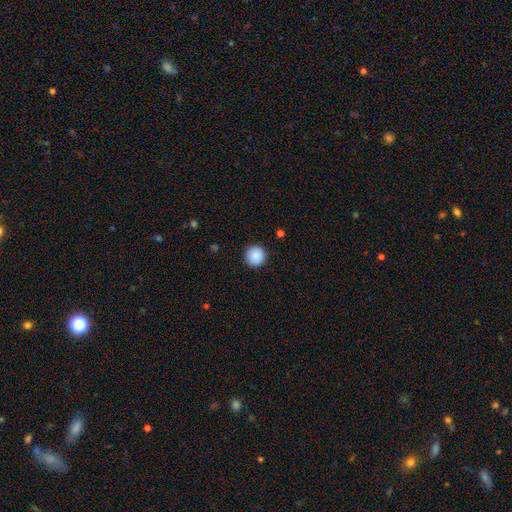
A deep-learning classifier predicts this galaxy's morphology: Smooth or featured: smooth — 89% (star or artifact — 8%)
How rounded: round — 96% (in between — 3%)
Merging: none — 92% (minor disturbance — 5%)